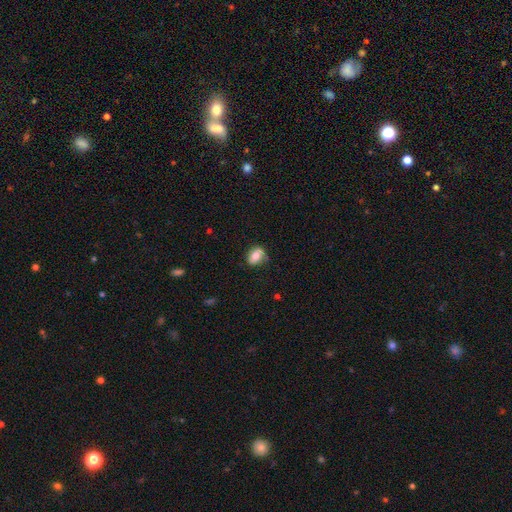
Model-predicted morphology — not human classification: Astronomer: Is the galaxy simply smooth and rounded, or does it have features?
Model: smooth — 71%.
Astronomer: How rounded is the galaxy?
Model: in between — 77%.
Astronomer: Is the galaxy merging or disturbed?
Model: none — 66%.